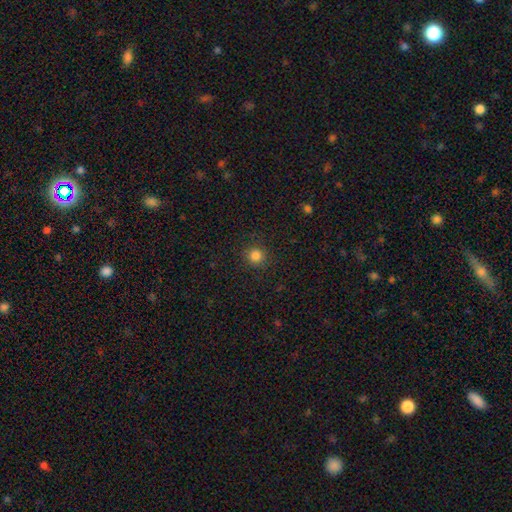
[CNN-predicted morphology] This is clearly a smooth galaxy (83%). How rounded: clearly round (92%). Merging: clearly none (89%).